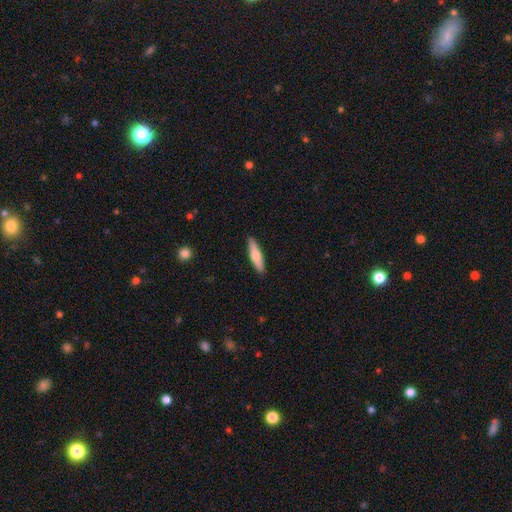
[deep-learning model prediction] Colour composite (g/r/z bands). It shows a smooth galaxy with no disk features (66%) that is cigar-shaped (76%). Merging: none (90%).